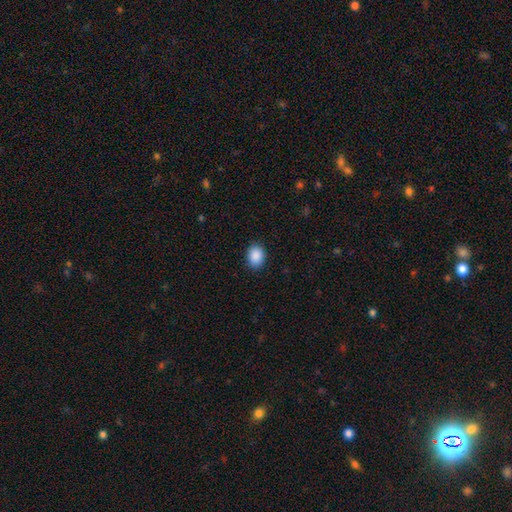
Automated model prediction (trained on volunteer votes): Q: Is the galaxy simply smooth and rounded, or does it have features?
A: smooth — 90%.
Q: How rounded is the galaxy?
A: in between — 63%.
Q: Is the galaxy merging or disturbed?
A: none — 88%.